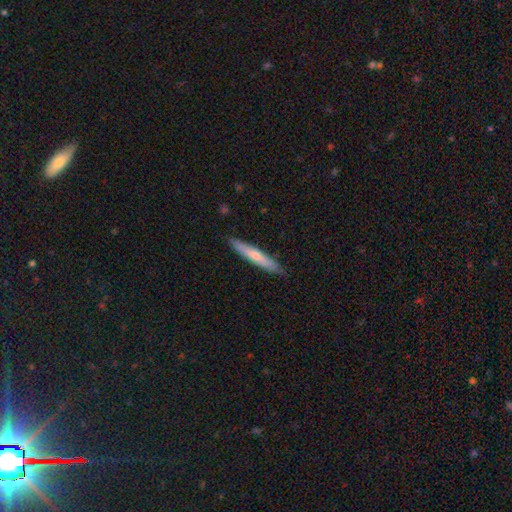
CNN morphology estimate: This is likely a smooth galaxy (61%). How rounded: clearly cigar-shaped (93%). Merging: clearly none (88%).